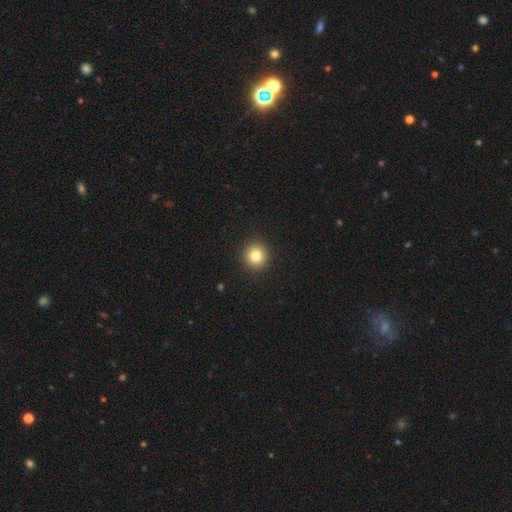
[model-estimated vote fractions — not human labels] This is clearly a smooth galaxy (81%). How rounded: clearly round (94%). Merging: clearly none (93%).